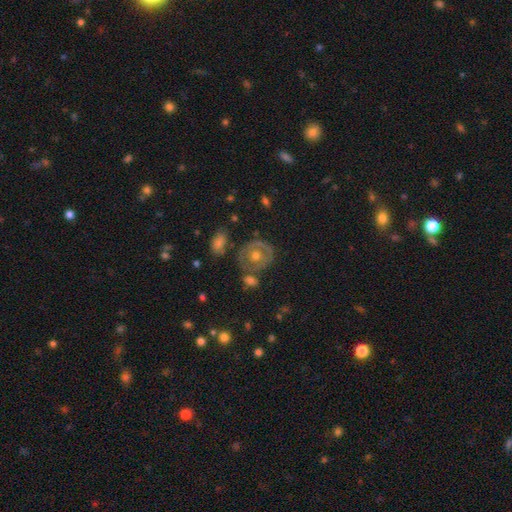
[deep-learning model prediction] Morphology: type=featured or disk (54%); edge-on=no (95%); bar=no (87%); spiral arms=no (74%); bulge=moderate (75%); merging=none (66%).